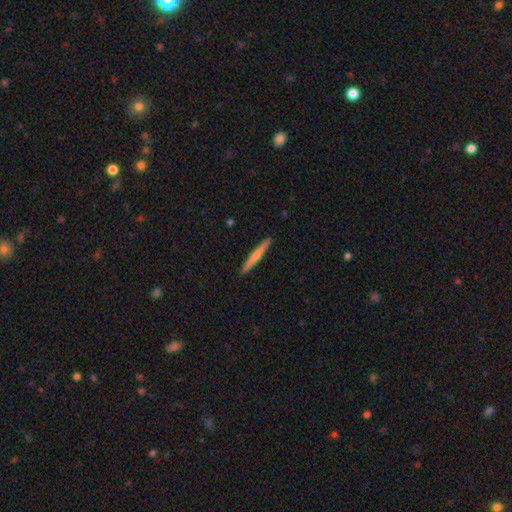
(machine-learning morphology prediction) smooth_or_featured: smooth (p=0.60) [alt: featured or disk p=0.35]
how_rounded: cigar-shaped (p=0.96) [alt: in between p=0.03]
merging: none (p=0.91) [alt: minor disturbance p=0.06]